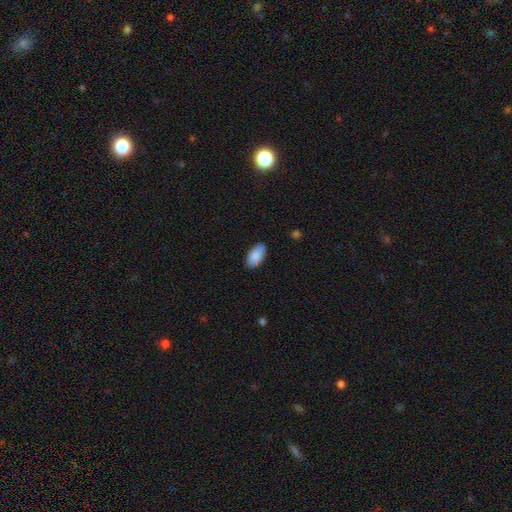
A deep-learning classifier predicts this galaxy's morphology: Smooth or featured: smooth — 87% (featured or disk — 7%)
How rounded: in between — 95% (round — 3%)
Merging: none — 85% (minor disturbance — 12%)